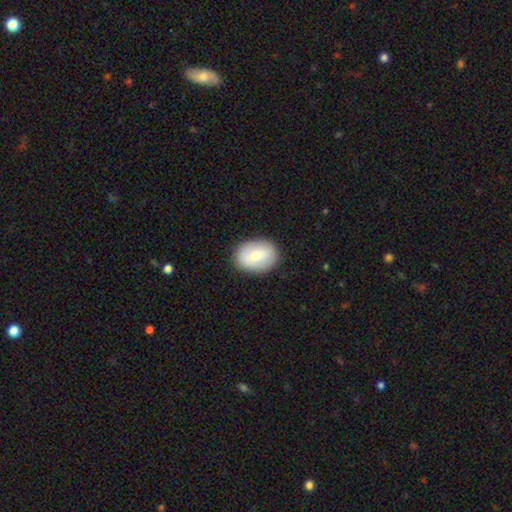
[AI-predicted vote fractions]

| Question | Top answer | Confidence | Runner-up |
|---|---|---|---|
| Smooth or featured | smooth | 72% | featured or disk (21%) |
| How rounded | in between | 72% | round (27%) |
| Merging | none | 87% | minor disturbance (10%) |